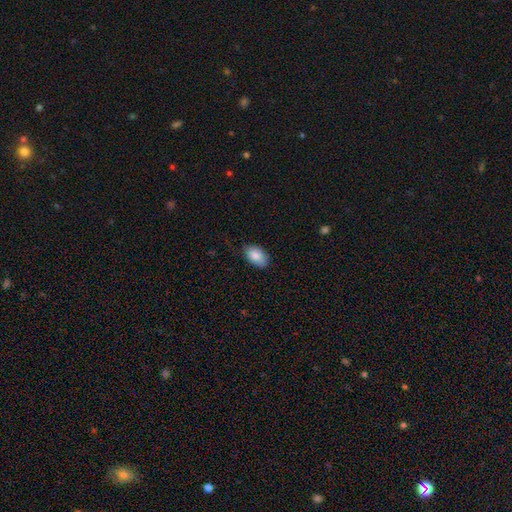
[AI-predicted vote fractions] Smooth or featured? Predicted: smooth (p=0.86). How rounded? Predicted: in between (p=0.92). Merging? Predicted: none (p=0.76).